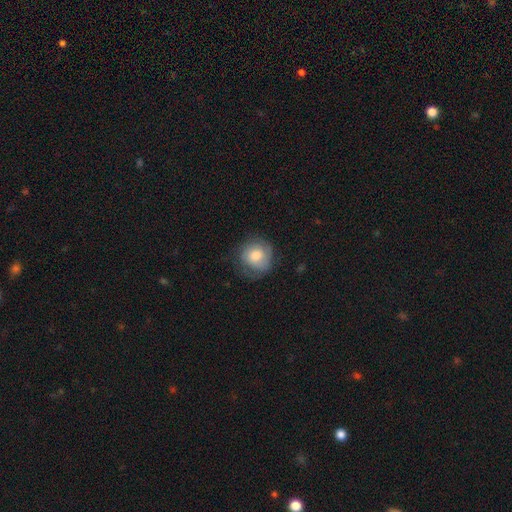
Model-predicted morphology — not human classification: Smooth or featured: smooth — 63% (featured or disk — 30%)
How rounded: round — 85% (in between — 14%)
Merging: none — 65% (minor disturbance — 24%)